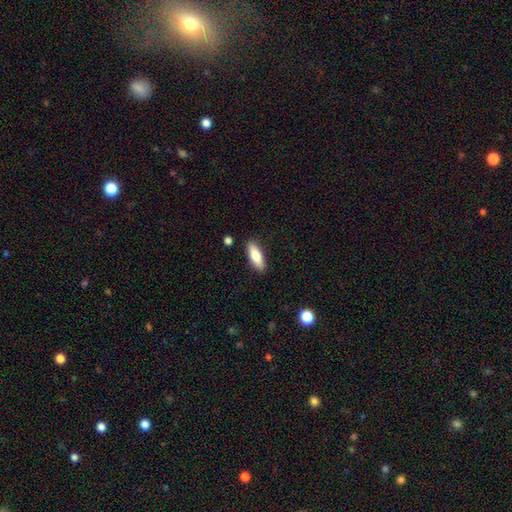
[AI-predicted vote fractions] Smooth or featured?
  - smooth: 70% *
  - featured or disk: 24%
  - star or artifact: 6%
How rounded?
  - in between: 61% *
  - cigar-shaped: 37%
  - round: 2%
Merging?
  - none: 88% *
  - minor disturbance: 8%
  - major disturbance: 2%
  - merger: 2%